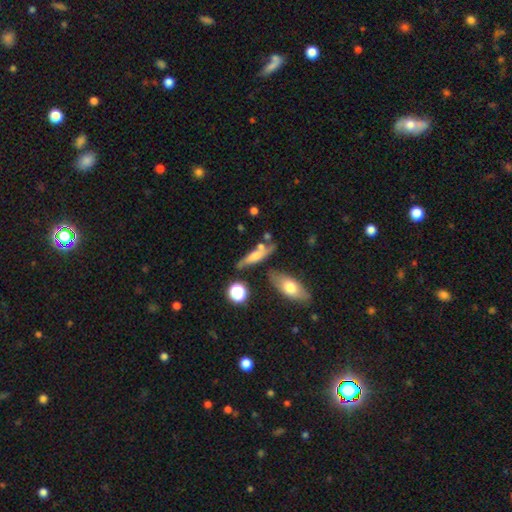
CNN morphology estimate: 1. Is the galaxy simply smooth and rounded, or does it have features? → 52% smooth, 38% featured or disk, 10% star or artifact.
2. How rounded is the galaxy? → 54% cigar-shaped, 40% in between, 6% round.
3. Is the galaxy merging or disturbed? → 52% none, 22% minor disturbance, 17% merger, 10% major disturbance.